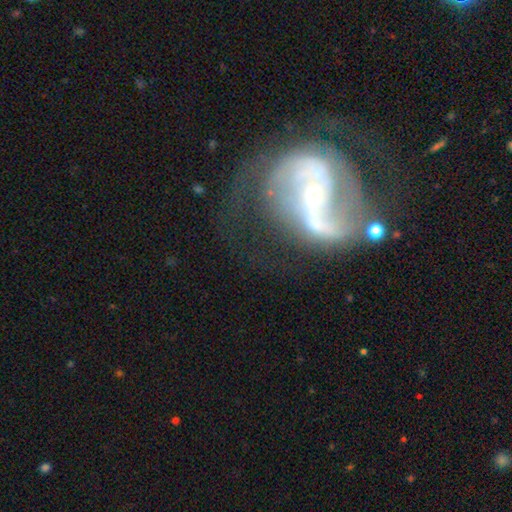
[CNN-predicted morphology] A featured or disk galaxy (87%) with no bar (41%), 2 (82%) medium (45%) spiral arms (95%) and a small central bulge (74%).

Vote fractions:
- Smooth or featured? featured or disk: 87% / star or artifact: 7% / smooth: 6%
- Edge-on disk? no: 97% / yes: 3%
- Bar? no: 41% / weak: 33% / strong: 26%
- Spiral arms? yes: 95% / no: 5%
- Spiral winding? medium: 45% / loose: 39% / tight: 16%
- Spiral arm count? 2: 82% / can't tell: 7% / 1: 4% / 3: 4% / 4: 2% / more than 4: 2%
- Bulge size? small: 74% / moderate: 22% / large: 2% / none: 1% / dominant: 1%
- Merging? none: 51% / major disturbance: 22% / minor disturbance: 20% / merger: 6%